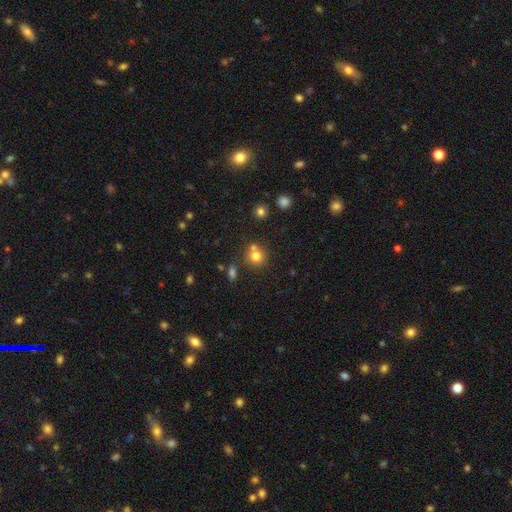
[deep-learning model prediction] smooth_or_featured: smooth (p=0.76) [alt: star or artifact p=0.13]
how_rounded: round (p=0.87) [alt: in between p=0.12]
merging: none (p=0.60) [alt: merger p=0.28]